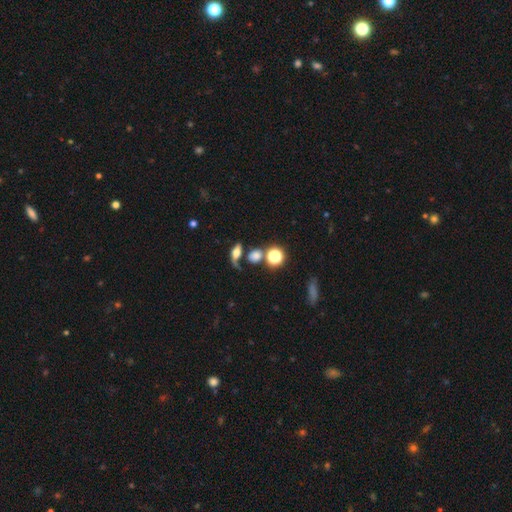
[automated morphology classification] Smooth or featured: smooth — 63% (star or artifact — 19%)
How rounded: round — 50% (in between — 43%)
Merging: none — 50% (merger — 22%)